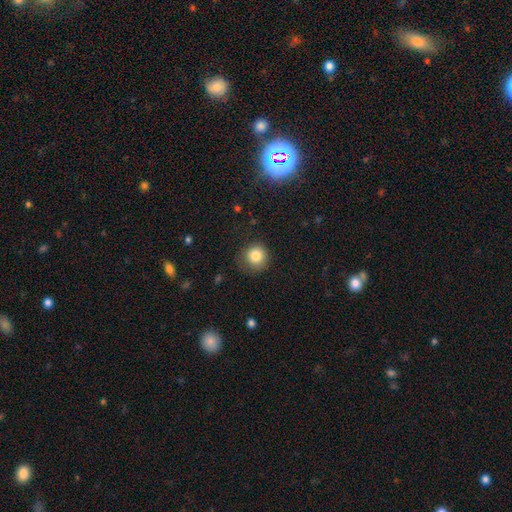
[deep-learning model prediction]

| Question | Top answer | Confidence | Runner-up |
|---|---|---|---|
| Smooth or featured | smooth | 83% | star or artifact (11%) |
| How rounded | round | 91% | in between (8%) |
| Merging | none | 74% | minor disturbance (18%) |